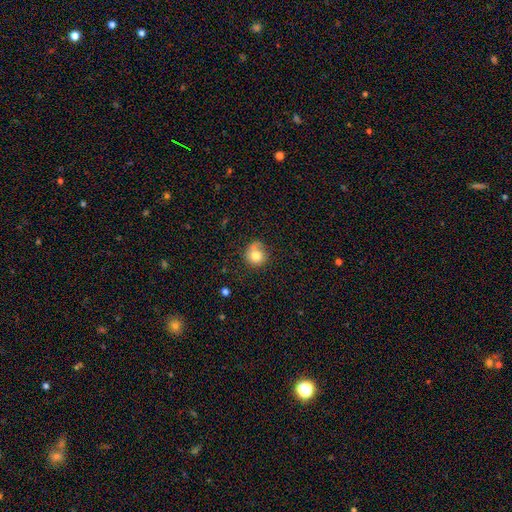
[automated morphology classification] Smooth or featured: smooth — 78% (featured or disk — 13%)
How rounded: round — 88% (in between — 11%)
Merging: none — 60% (minor disturbance — 24%)